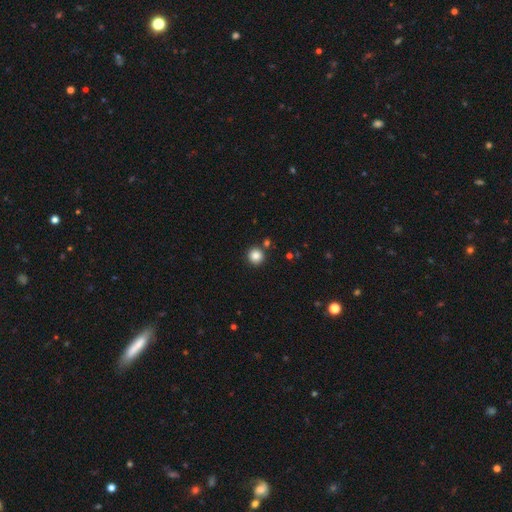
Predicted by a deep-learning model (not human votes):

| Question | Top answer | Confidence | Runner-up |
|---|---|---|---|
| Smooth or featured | smooth | 85% | star or artifact (11%) |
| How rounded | round | 95% | in between (4%) |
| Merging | none | 86% | minor disturbance (6%) |